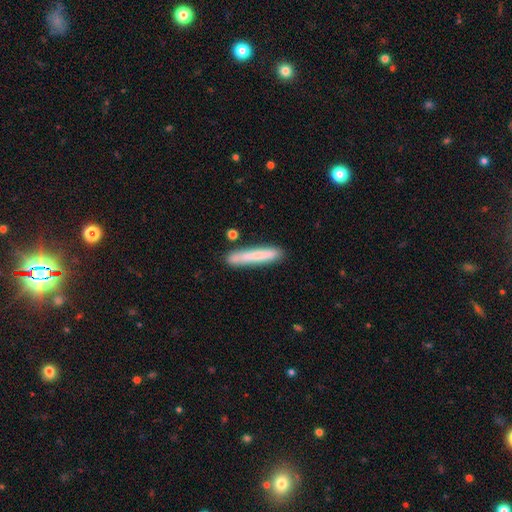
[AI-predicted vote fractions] Smooth or featured? Predicted: smooth (p=0.74). How rounded? Predicted: cigar-shaped (p=0.94). Merging? Predicted: none (p=0.81).